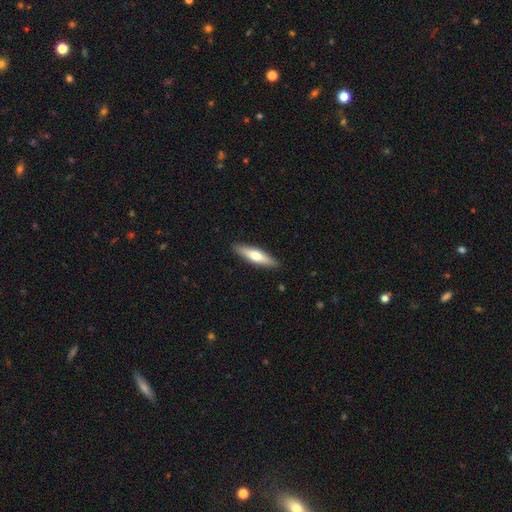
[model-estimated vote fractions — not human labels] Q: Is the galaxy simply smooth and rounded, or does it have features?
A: smooth — 55%.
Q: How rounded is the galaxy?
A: cigar-shaped — 76%.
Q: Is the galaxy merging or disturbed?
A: none — 90%.